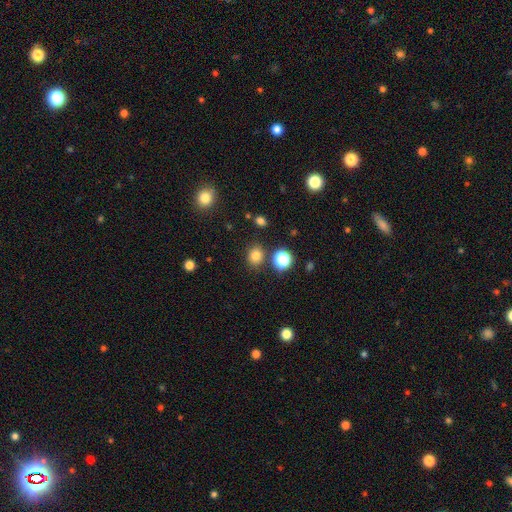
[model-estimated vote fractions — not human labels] Smooth or featured: smooth — 79% (star or artifact — 16%)
How rounded: round — 70% (in between — 30%)
Merging: none — 82% (minor disturbance — 9%)